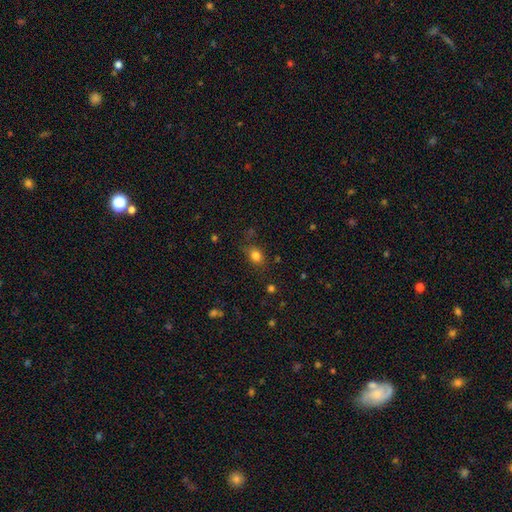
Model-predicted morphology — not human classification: The model was most divided on "how rounded": in between: 50%, round: 48%, cigar-shaped: 2%. More confident: smooth or featured — smooth (81%); merging — none (73%).